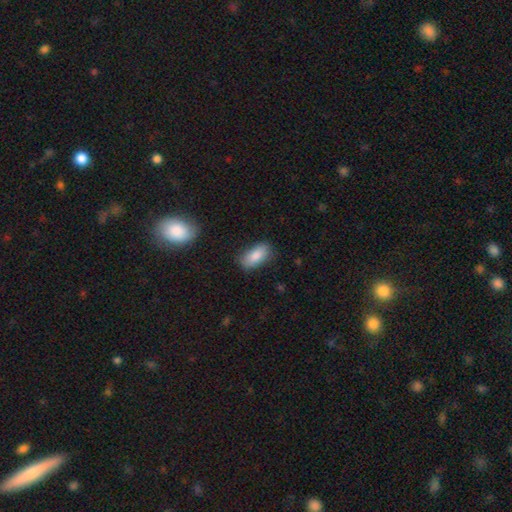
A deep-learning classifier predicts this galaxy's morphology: smooth 87%, star or artifact 7%, featured or disk 7%. Down the decision tree: how rounded — in between (89%); merging — none (81%).